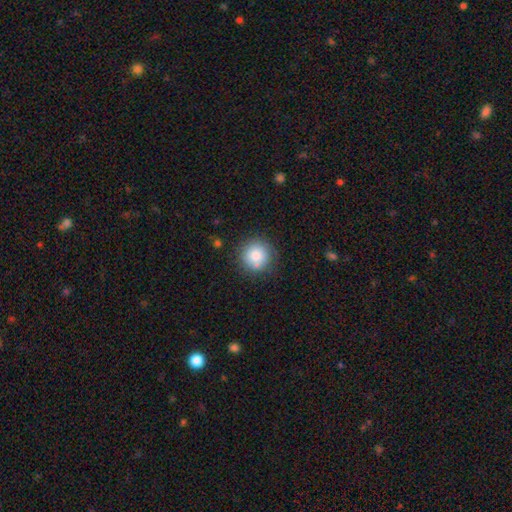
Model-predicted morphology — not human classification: The model was most divided on "merging": none: 80%, minor disturbance: 12%, merger: 5%, major disturbance: 3%. More confident: how rounded — round (94%); smooth or featured — smooth (82%).